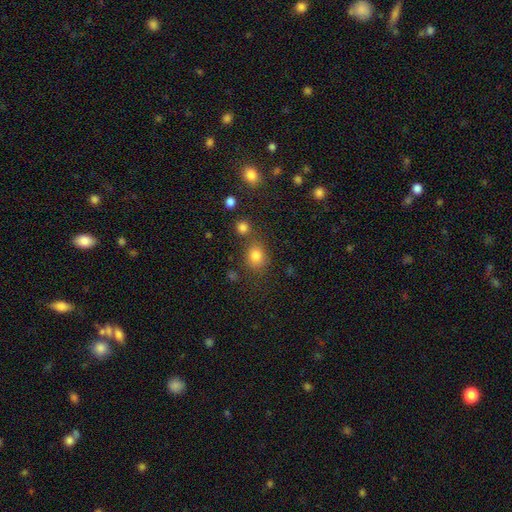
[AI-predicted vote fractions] Smooth or featured? smooth (80%)
How rounded? round (60%)
Merging? none (67%)